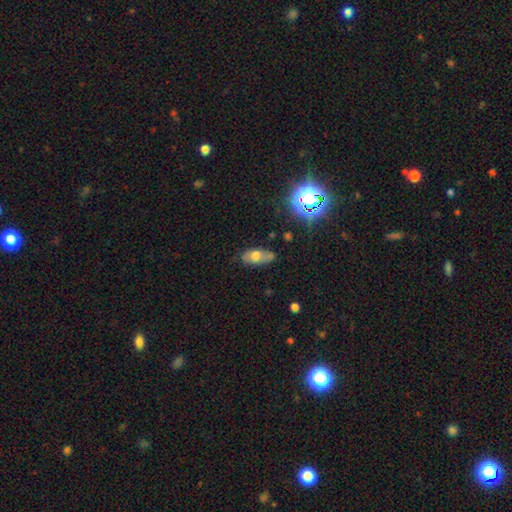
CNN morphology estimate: Smooth or featured?
  - smooth: 60% *
  - featured or disk: 28%
  - star or artifact: 12%
How rounded?
  - in between: 86% *
  - cigar-shaped: 9%
  - round: 5%
Merging?
  - none: 63% *
  - minor disturbance: 26%
  - major disturbance: 7%
  - merger: 4%